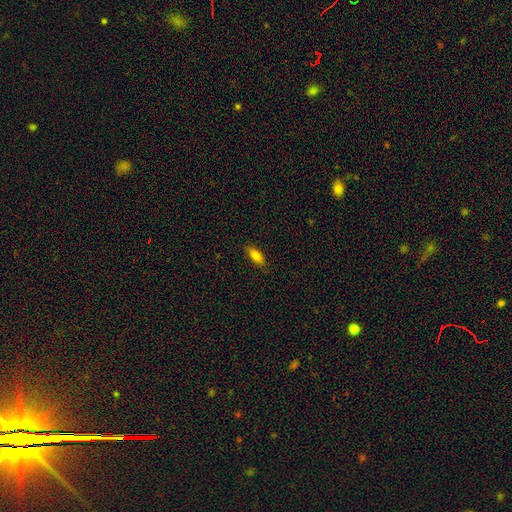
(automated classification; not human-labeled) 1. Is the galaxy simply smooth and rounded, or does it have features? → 79% smooth, 14% featured or disk, 8% star or artifact.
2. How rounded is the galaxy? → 74% in between, 23% cigar-shaped, 3% round.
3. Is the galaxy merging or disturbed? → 86% none, 11% minor disturbance, 2% major disturbance, 1% merger.